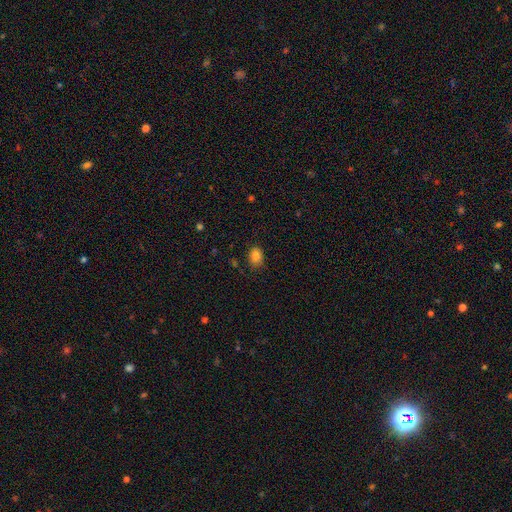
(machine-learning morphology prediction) This is clearly a smooth galaxy (84%). How rounded: likely in between (69%). Merging: clearly none (81%).